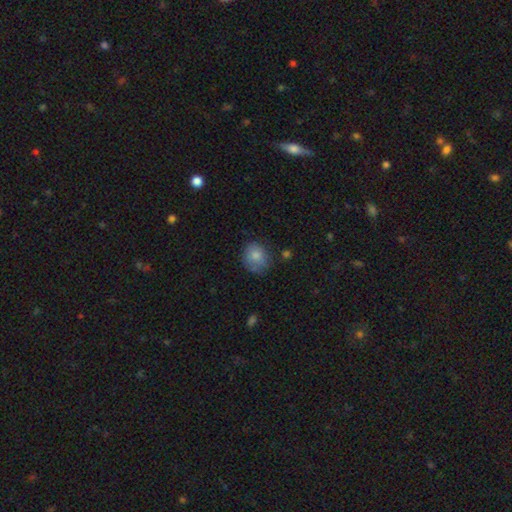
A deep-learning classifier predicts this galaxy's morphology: A smooth galaxy with no disk features (80%) that is round (70%).

Vote fractions:
- Smooth or featured? smooth: 80% / featured or disk: 11% / star or artifact: 9%
- How rounded? round: 70% / in between: 29% / cigar-shaped: 1%
- Merging? none: 63% / minor disturbance: 25% / major disturbance: 8% / merger: 4%